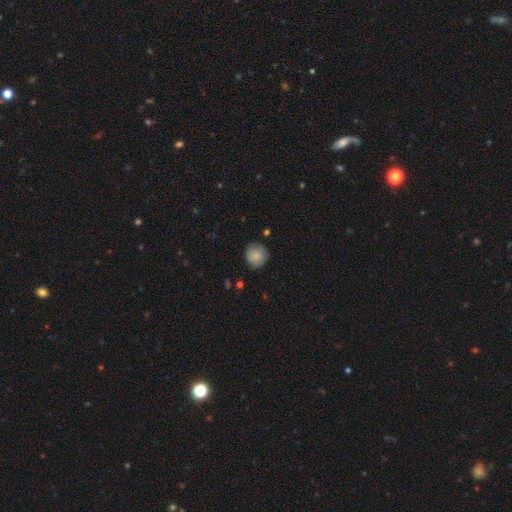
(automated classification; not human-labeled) The model was most divided on "merging": none: 78%, minor disturbance: 17%, major disturbance: 4%, merger: 2%. More confident: how rounded — round (88%); smooth or featured — smooth (84%).